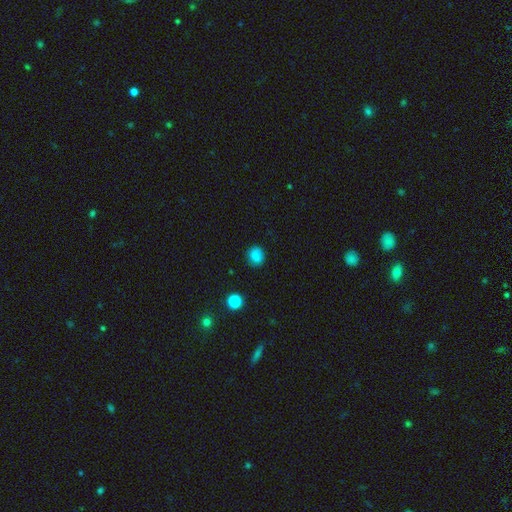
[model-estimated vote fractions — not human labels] smooth_or_featured: smooth (p=0.83) [alt: star or artifact p=0.11]
how_rounded: round (p=0.69) [alt: in between p=0.30]
merging: none (p=0.83) [alt: minor disturbance p=0.12]